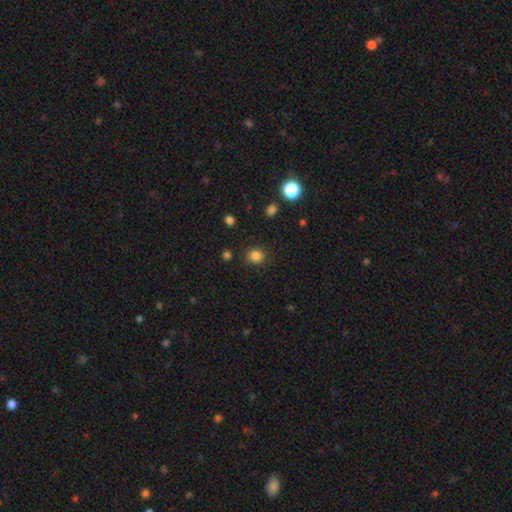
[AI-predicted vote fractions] A smooth galaxy with no disk features (83%) that is round (81%). Merging: none (86%).